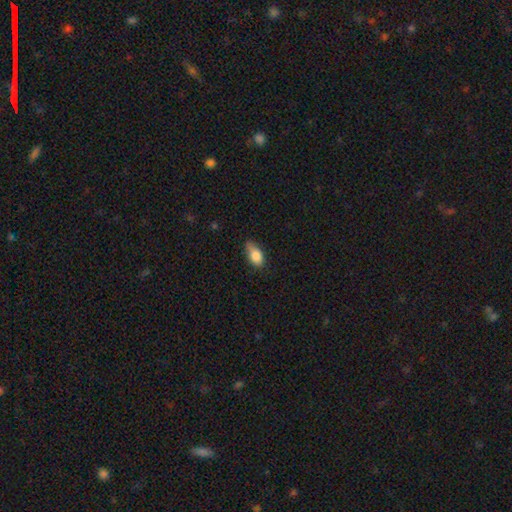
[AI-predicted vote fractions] Smooth or featured: smooth — 83% (featured or disk — 9%)
How rounded: in between — 88% (round — 6%)
Merging: none — 45% (minor disturbance — 42%)